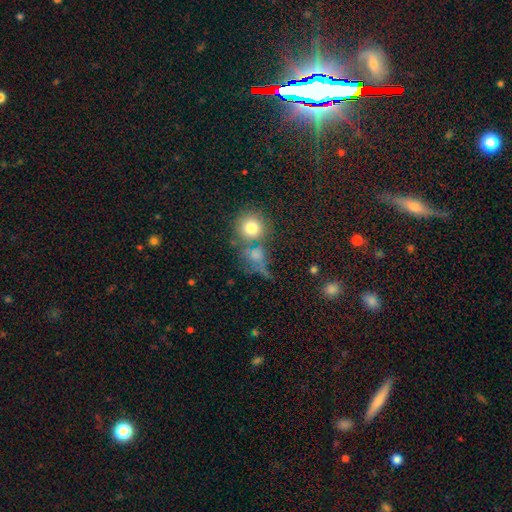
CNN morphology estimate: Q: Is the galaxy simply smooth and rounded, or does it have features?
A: smooth — 65%.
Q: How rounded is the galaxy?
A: round — 73%.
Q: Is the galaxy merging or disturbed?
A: none — 40%.